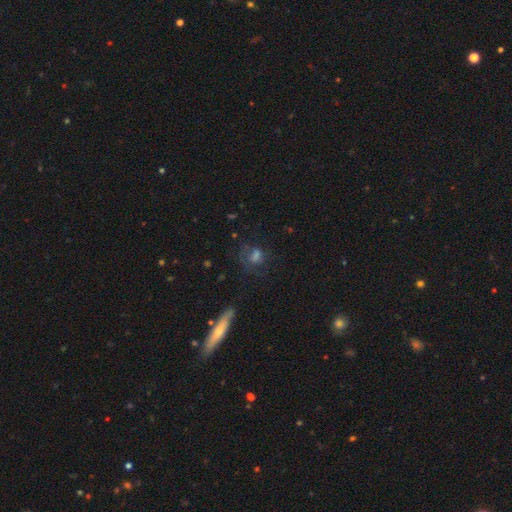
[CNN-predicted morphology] smooth_or_featured: smooth (p=0.47) [alt: featured or disk p=0.30]
merging: none (p=0.57) [alt: minor disturbance p=0.20]